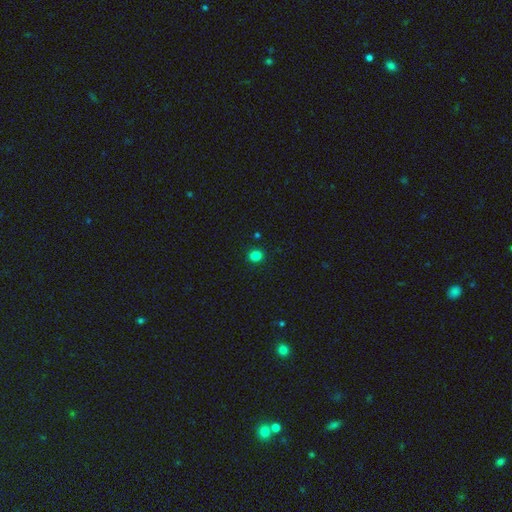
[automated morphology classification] This is clearly a smooth galaxy (83%). How rounded: likely round (76%). Merging: clearly none (91%).